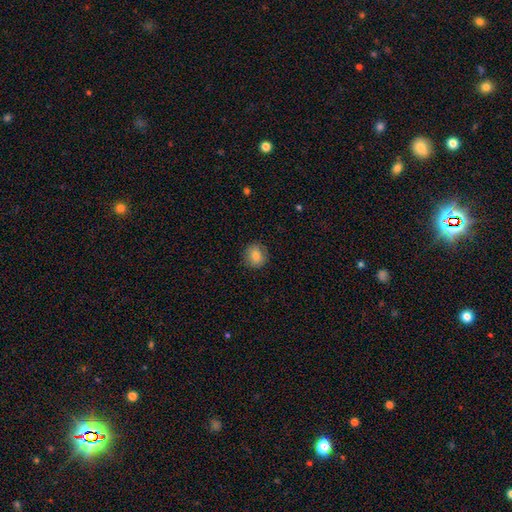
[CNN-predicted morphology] Smooth or featured: smooth — 82% (star or artifact — 9%)
How rounded: round — 86% (in between — 13%)
Merging: none — 88% (minor disturbance — 8%)